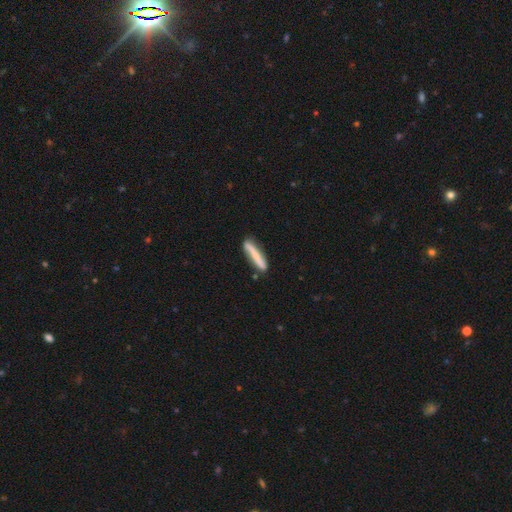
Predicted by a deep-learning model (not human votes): A smooth galaxy with no disk features (65%) that is cigar-shaped (92%).

Vote fractions:
- Smooth or featured? smooth: 65% / featured or disk: 29% / star or artifact: 6%
- How rounded? cigar-shaped: 92% / in between: 7% / round: 1%
- Merging? none: 79% / minor disturbance: 15% / merger: 3% / major disturbance: 3%